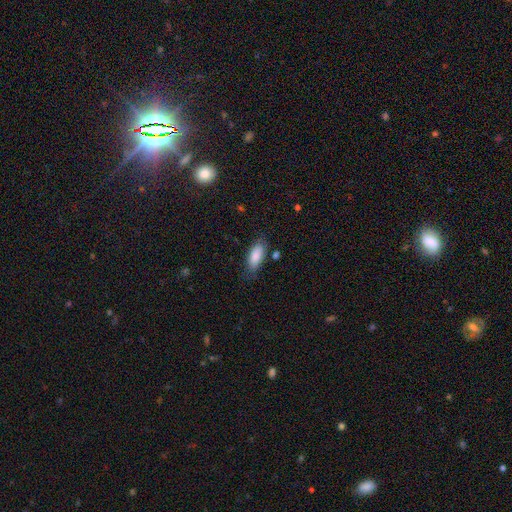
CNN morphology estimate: type=smooth (86%); roundness=in between (84%); merging=none (75%).